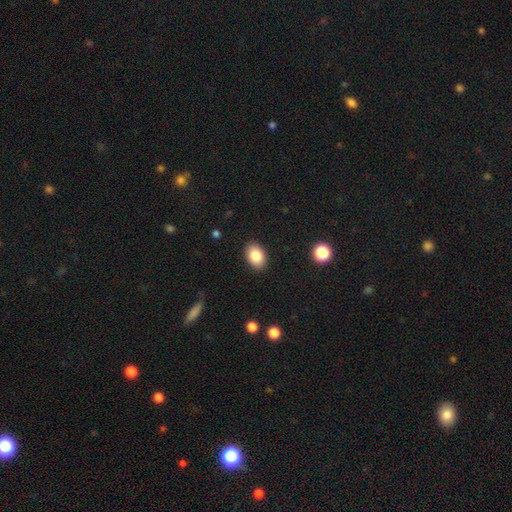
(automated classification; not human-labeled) This appears to be a smooth galaxy with no disk features (86%) that is in between round and cigar-shaped (83%). Merging: none (89%).